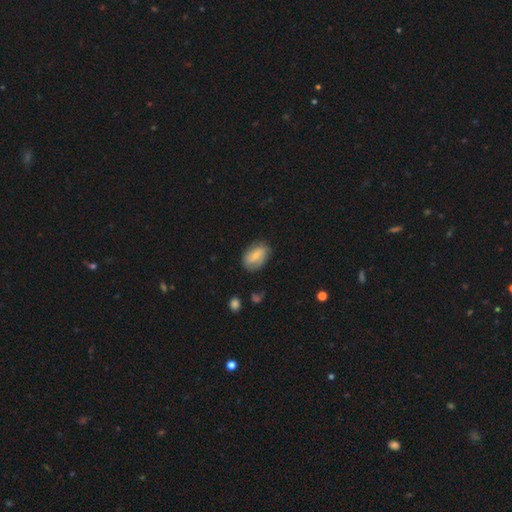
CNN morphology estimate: Q: Smooth or featured?
A: smooth (56%); runner-up: featured or disk (38%)
Q: How rounded?
A: in between (85%); runner-up: round (13%)
Q: Merging?
A: none (73%); runner-up: minor disturbance (20%)